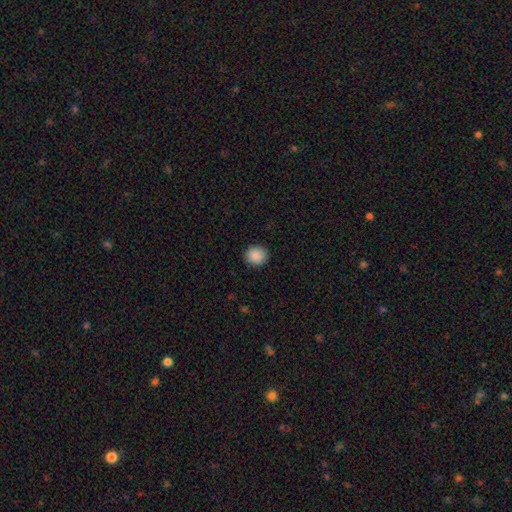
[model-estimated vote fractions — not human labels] Morphology: type=smooth (89%); roundness=round (85%); merging=none (91%).